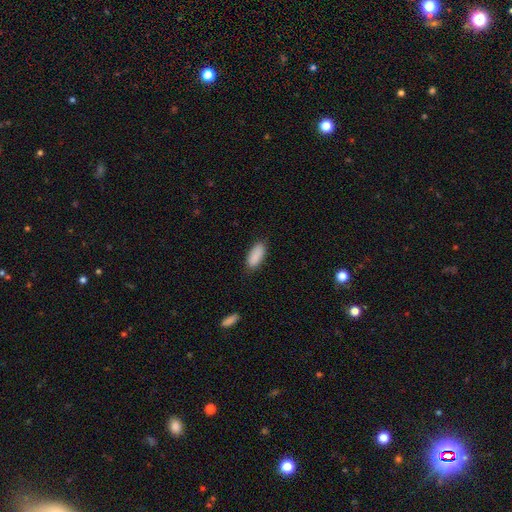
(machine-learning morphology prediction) This is clearly a smooth galaxy (90%). How rounded: clearly in between (86%). Merging: clearly none (83%).